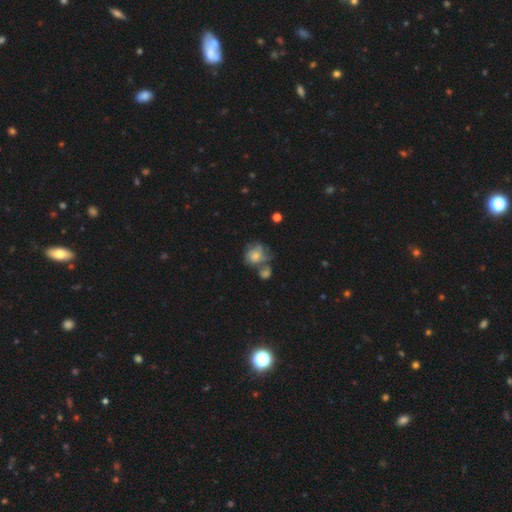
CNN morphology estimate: Smooth or featured? Predicted: smooth (p=0.46). Merging? Predicted: none (p=0.36).